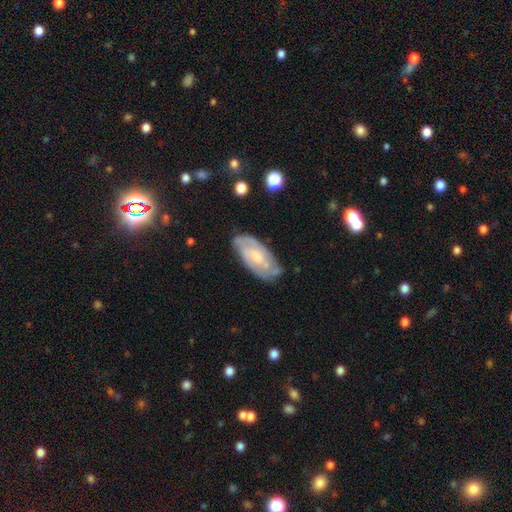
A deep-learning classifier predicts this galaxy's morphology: This is likely a featured or disk galaxy (68%). It is clearly not viewed edge-on (93%). Bar: possibly no (55%). Spiral arm pattern: clearly yes (88%). Spiral arm count: possibly 2 (47%). Spiral winding: possibly tight (52%). Central bulge: marginally small (44%). Merging: likely none (76%).